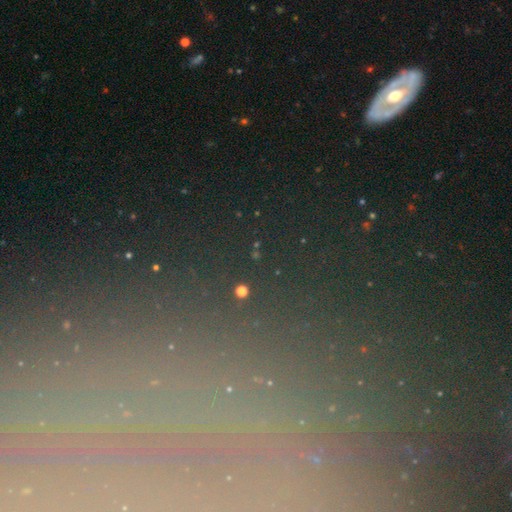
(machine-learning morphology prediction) Overall: star or artifact (62%).